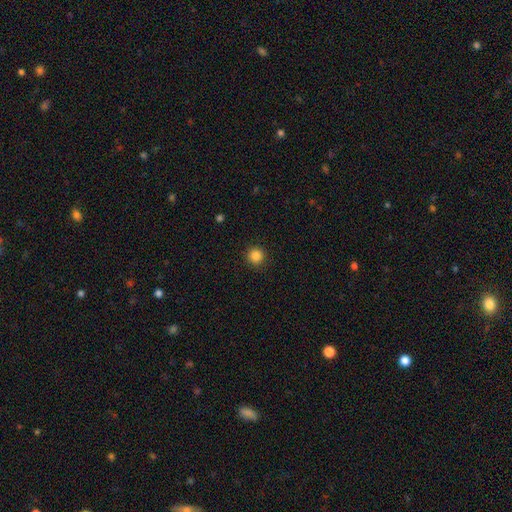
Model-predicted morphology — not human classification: This is clearly a smooth galaxy (85%). How rounded: clearly round (95%). Merging: clearly none (91%).